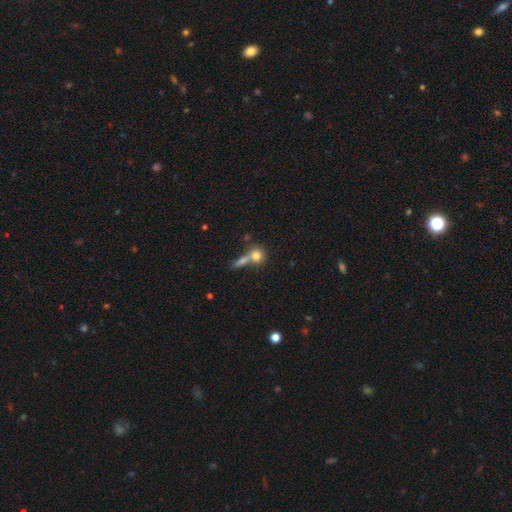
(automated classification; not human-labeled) Morphology: type=smooth (77%); roundness=round (79%); merging=none (44%).